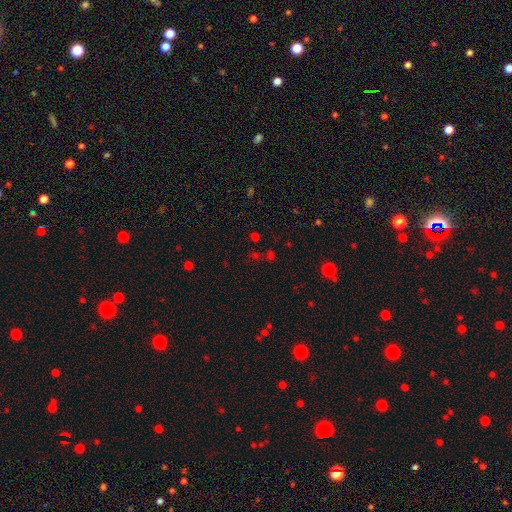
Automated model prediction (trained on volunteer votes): star or artifact 55%, smooth 37%, featured or disk 9%.